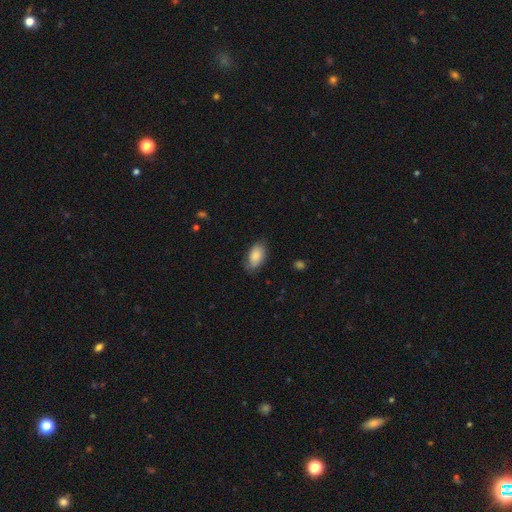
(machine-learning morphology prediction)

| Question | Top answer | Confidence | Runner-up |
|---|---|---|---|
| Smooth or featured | smooth | 82% | featured or disk (11%) |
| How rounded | in between | 93% | round (5%) |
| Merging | none | 73% | minor disturbance (21%) |